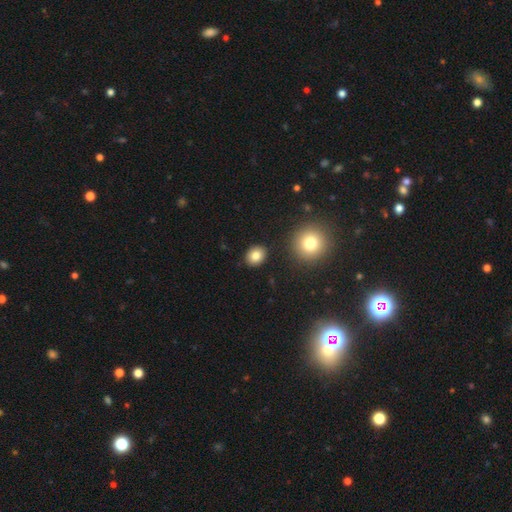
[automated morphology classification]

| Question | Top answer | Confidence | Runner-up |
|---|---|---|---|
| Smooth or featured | smooth | 82% | star or artifact (10%) |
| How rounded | round | 59% | in between (40%) |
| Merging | none | 88% | minor disturbance (7%) |